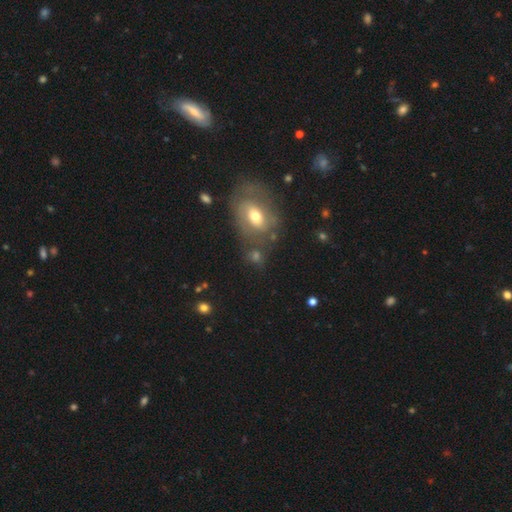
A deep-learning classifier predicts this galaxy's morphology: Smooth or featured? smooth (46%)
Merging? none (61%)